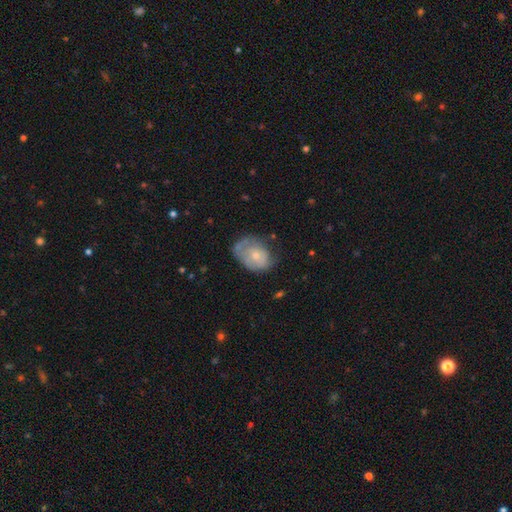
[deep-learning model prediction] Overall: smooth (49%; featured or disk 44%). Merging: none (44%; minor disturbance 34%).